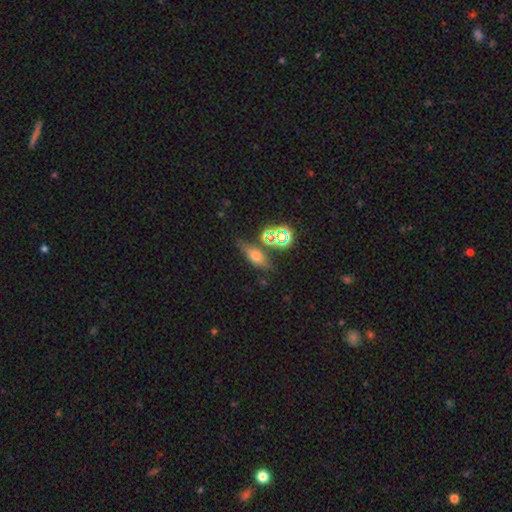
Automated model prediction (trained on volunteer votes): Smooth or featured: smooth — 46% (featured or disk — 31%)
Merging: none — 66% (minor disturbance — 18%)